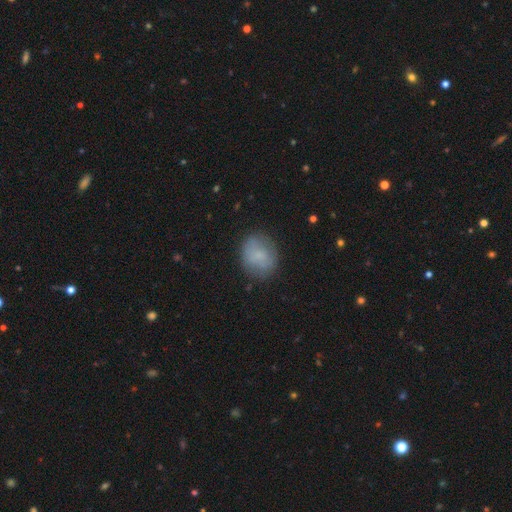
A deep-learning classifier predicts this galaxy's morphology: type=smooth (69%); roundness=round (65%); merging=none (83%).